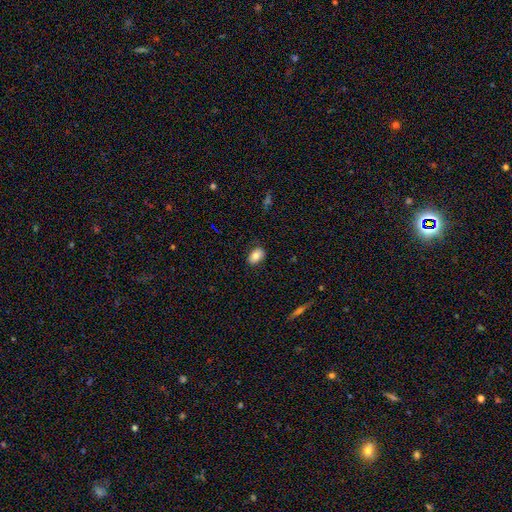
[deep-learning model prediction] Overall: smooth (82%). How rounded: in between (85%). Merging: none (84%).